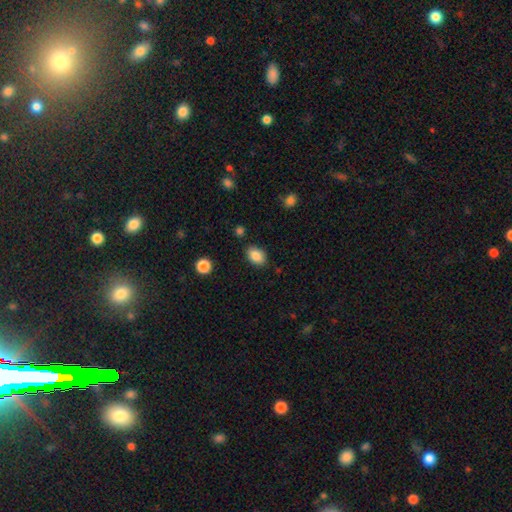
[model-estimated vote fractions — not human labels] This is clearly a smooth galaxy (86%). How rounded: clearly in between (82%). Merging: clearly none (83%).